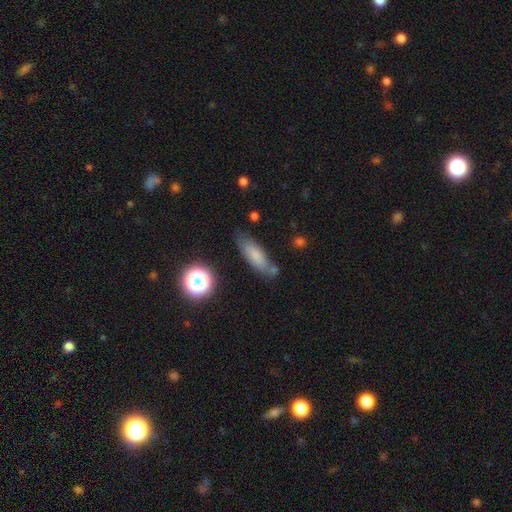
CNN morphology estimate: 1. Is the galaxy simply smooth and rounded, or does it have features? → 73% smooth, 16% featured or disk, 11% star or artifact.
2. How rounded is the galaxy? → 52% in between, 44% cigar-shaped, 4% round.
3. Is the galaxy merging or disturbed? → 68% none, 20% minor disturbance, 7% merger, 5% major disturbance.